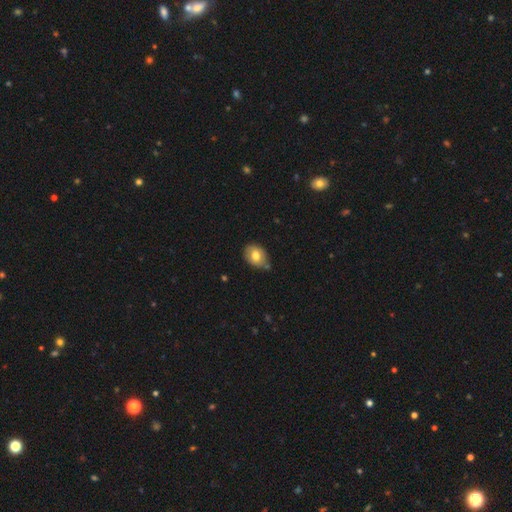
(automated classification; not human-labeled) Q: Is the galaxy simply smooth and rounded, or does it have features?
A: smooth — 75%.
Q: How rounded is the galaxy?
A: in between — 67%.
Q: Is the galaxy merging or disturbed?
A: none — 67%.